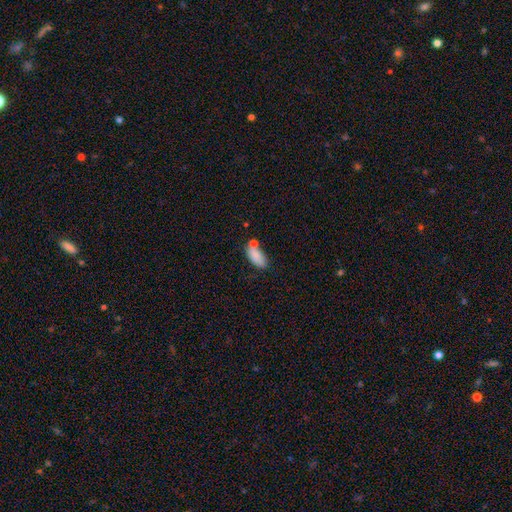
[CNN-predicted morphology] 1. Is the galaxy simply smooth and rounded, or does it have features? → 82% smooth, 11% featured or disk, 8% star or artifact.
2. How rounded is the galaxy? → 88% in between, 9% cigar-shaped, 4% round.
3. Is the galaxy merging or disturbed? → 52% none, 23% merger, 19% minor disturbance, 6% major disturbance.